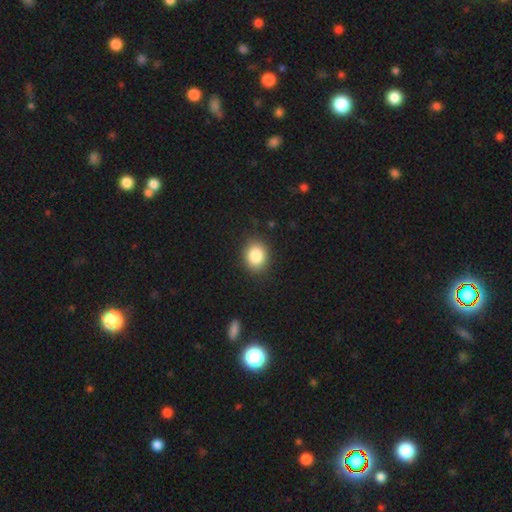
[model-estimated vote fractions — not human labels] This is clearly a smooth galaxy (85%). How rounded: possibly round (52%). Merging: clearly none (88%).